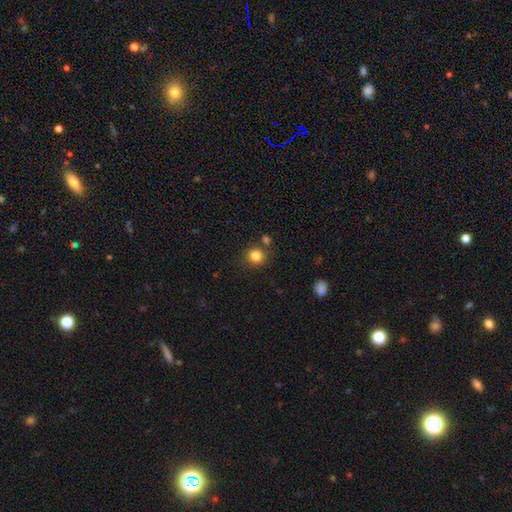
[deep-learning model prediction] smooth_or_featured: smooth (p=0.83) [alt: star or artifact p=0.11]
how_rounded: round (p=0.90) [alt: in between p=0.09]
merging: none (p=0.80) [alt: minor disturbance p=0.09]